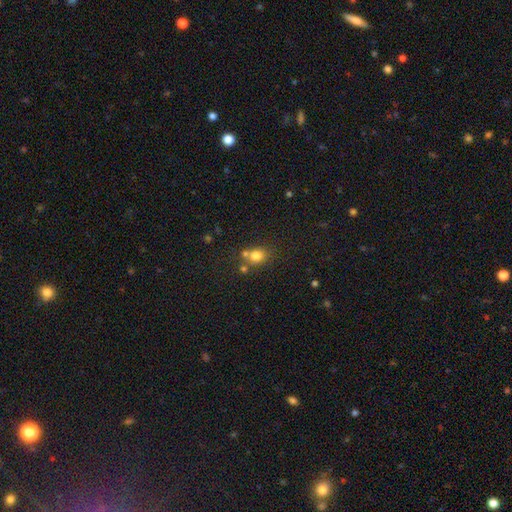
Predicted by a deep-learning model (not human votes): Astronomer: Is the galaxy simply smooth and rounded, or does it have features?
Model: smooth — 78%.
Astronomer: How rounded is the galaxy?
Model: round — 63%.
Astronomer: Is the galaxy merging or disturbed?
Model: none — 53% (runner-up: merger, 30%).